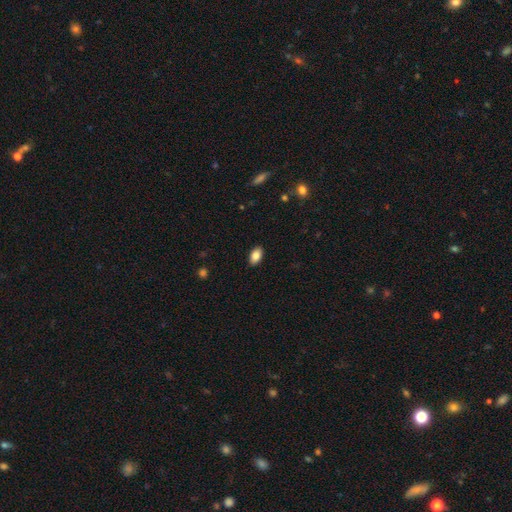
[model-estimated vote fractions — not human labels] Overall: smooth (84%). How rounded: in between (92%). Merging: none (89%).